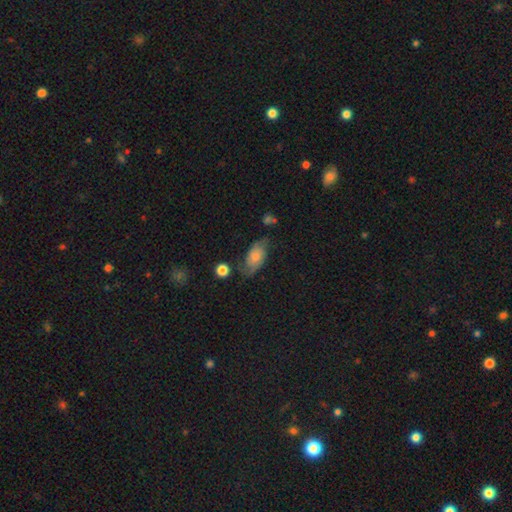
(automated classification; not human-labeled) featured or disk 49%, smooth 42%, star or artifact 8%. Down the decision tree: merging — none (59%).